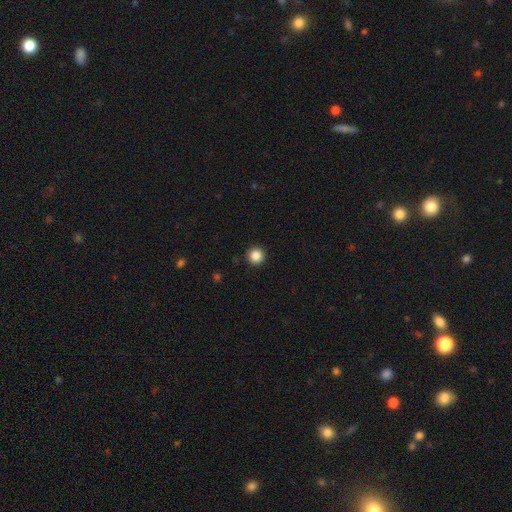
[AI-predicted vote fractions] Smooth or featured?
  - smooth: 86% *
  - star or artifact: 10%
  - featured or disk: 3%
How rounded?
  - round: 96% *
  - in between: 3%
  - cigar-shaped: 1%
Merging?
  - none: 93% *
  - minor disturbance: 4%
  - major disturbance: 2%
  - merger: 1%